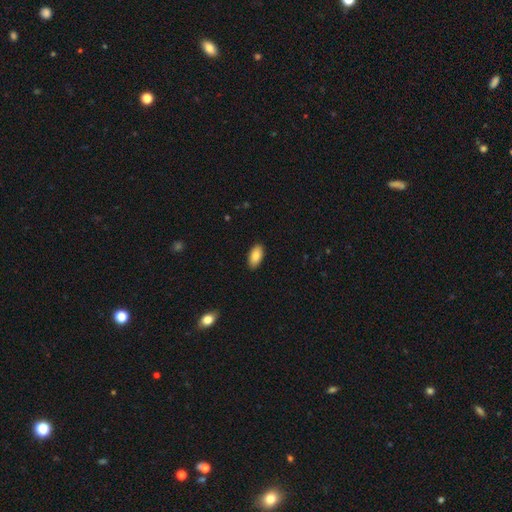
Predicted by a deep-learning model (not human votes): smooth-or-featured: smooth: 87% | featured or disk: 7% | star or artifact: 6%
  how-rounded: in between: 94% | cigar-shaped: 4% | round: 2%
  merging: none: 89% | minor disturbance: 8% | major disturbance: 2% | merger: 1%